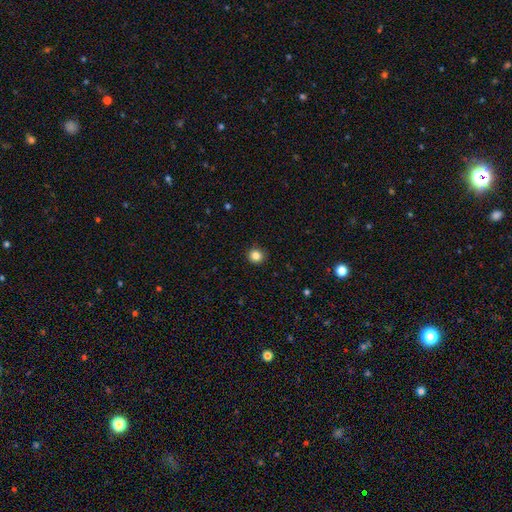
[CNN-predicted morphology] Smooth or featured: smooth — 84% (star or artifact — 11%)
How rounded: round — 93% (in between — 6%)
Merging: none — 92% (minor disturbance — 6%)